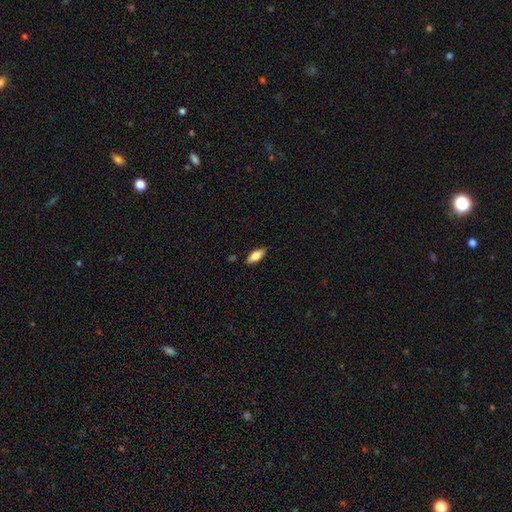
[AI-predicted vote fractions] This appears to be a smooth galaxy with no disk features (71%) that is in between round and cigar-shaped (80%). Merging: none (87%).